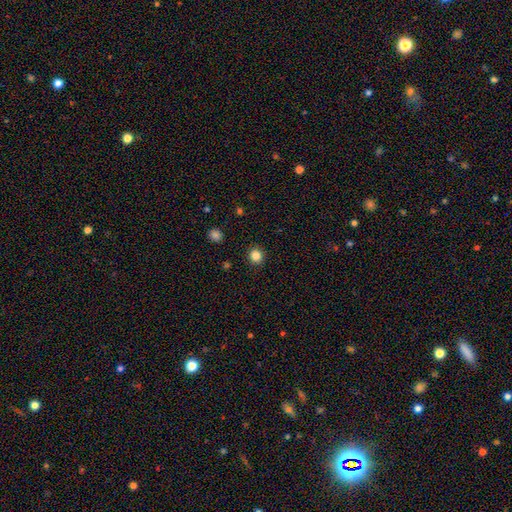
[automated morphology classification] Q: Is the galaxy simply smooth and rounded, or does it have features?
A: smooth — 84%.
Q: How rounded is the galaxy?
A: round — 83%.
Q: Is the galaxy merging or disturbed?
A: none — 91%.